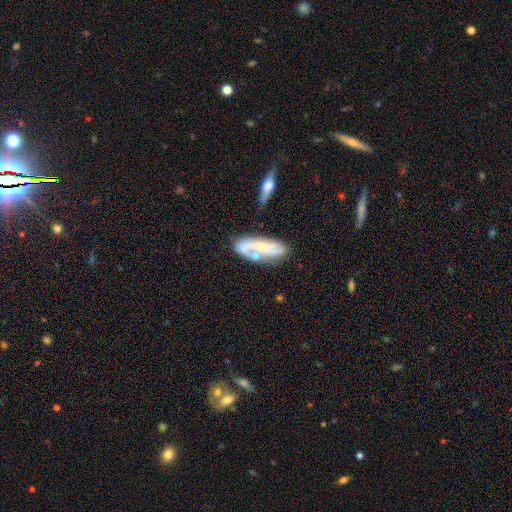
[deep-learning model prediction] The model was most divided on "smooth or featured": featured or disk: 55%, smooth: 37%, star or artifact: 8%. Remaining: edge-on disk — no (84%); merging — none (49%).